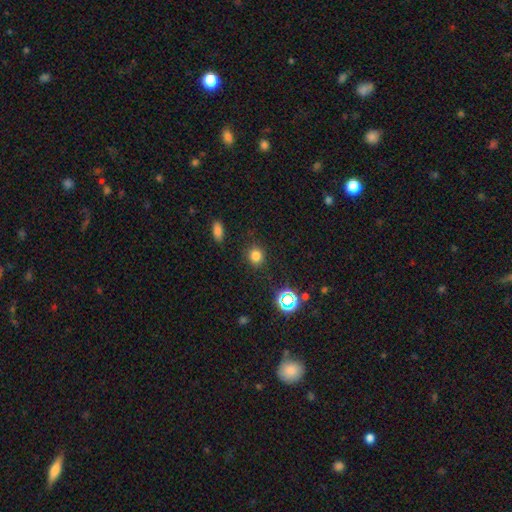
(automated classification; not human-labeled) A smooth galaxy with no disk features (77%) that is round (81%).

Vote fractions:
- Smooth or featured? smooth: 77% / star or artifact: 17% / featured or disk: 6%
- How rounded? round: 81% / in between: 18% / cigar-shaped: 1%
- Merging? none: 87% / minor disturbance: 9% / major disturbance: 3% / merger: 2%